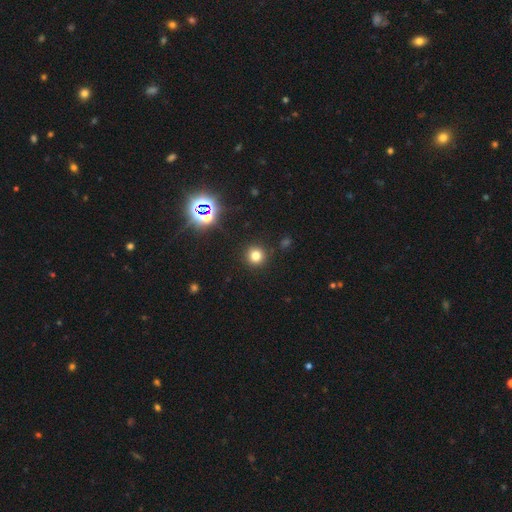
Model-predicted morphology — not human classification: The model was most divided on "smooth or featured": smooth: 74%, star or artifact: 19%, featured or disk: 7%. More confident: how rounded — round (94%); merging — none (91%).